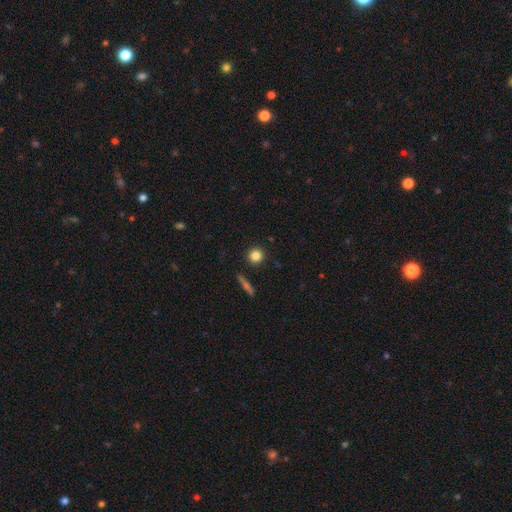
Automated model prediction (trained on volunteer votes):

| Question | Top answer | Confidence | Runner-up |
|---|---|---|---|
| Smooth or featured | smooth | 83% | star or artifact (10%) |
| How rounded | round | 91% | in between (7%) |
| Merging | none | 90% | minor disturbance (6%) |